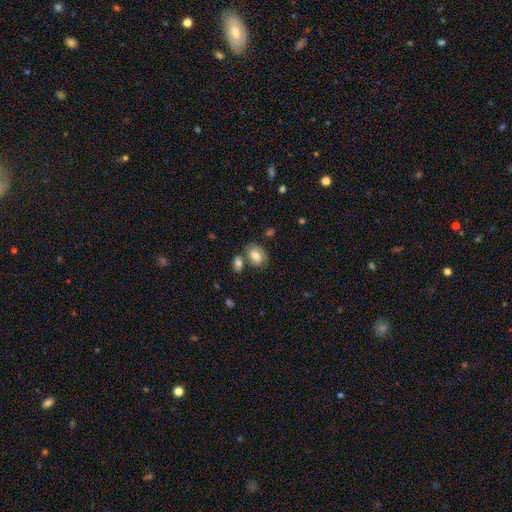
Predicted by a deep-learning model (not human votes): smooth_or_featured: smooth (p=0.71) [alt: featured or disk p=0.21]
how_rounded: in between (p=0.81) [alt: round p=0.17]
merging: none (p=0.56) [alt: merger p=0.23]